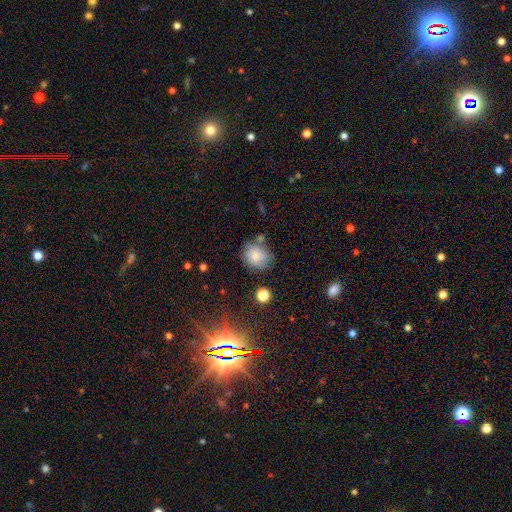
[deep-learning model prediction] Smooth or featured?
  - smooth: 78% *
  - featured or disk: 12%
  - star or artifact: 9%
How rounded?
  - round: 57% *
  - in between: 42%
  - cigar-shaped: 1%
Merging?
  - none: 64% *
  - minor disturbance: 22%
  - merger: 8%
  - major disturbance: 6%